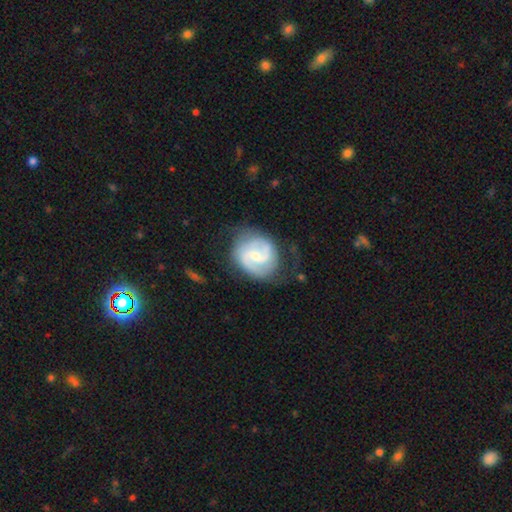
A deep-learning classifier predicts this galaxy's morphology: smooth_or_featured: featured or disk (p=0.80) [alt: smooth p=0.15]
disk_edge_on: no (p=0.98) [alt: yes p=0.02]
bar: weak (p=0.53) [alt: no p=0.35]
has_spiral_arms: yes (p=0.95) [alt: no p=0.05]
spiral_winding: medium (p=0.49) [alt: tight p=0.29]
spiral_arm_count: 2 (p=0.84) [alt: can't tell p=0.08]
bulge_size: small (p=0.52) [alt: moderate p=0.40]
merging: none (p=0.67) [alt: minor disturbance p=0.21]